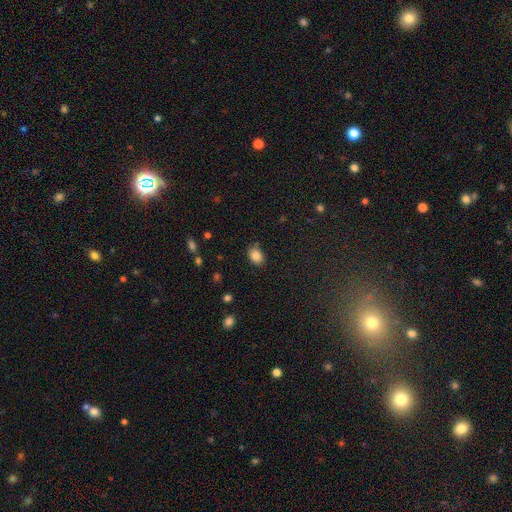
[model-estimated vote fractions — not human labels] Smooth or featured?
  - smooth: 84% *
  - star or artifact: 10%
  - featured or disk: 6%
How rounded?
  - in between: 69% *
  - round: 30%
  - cigar-shaped: 1%
Merging?
  - none: 74% *
  - minor disturbance: 19%
  - major disturbance: 4%
  - merger: 3%